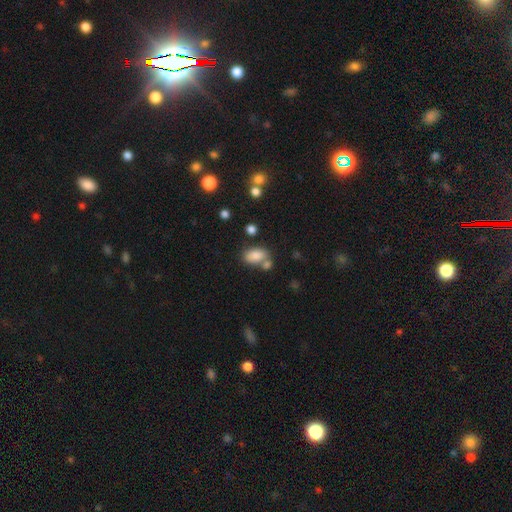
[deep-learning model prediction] smooth-or-featured: smooth: 83% | star or artifact: 9% | featured or disk: 8%
  how-rounded: in between: 88% | round: 11% | cigar-shaped: 2%
  merging: none: 50% | merger: 29% | minor disturbance: 15% | major disturbance: 6%